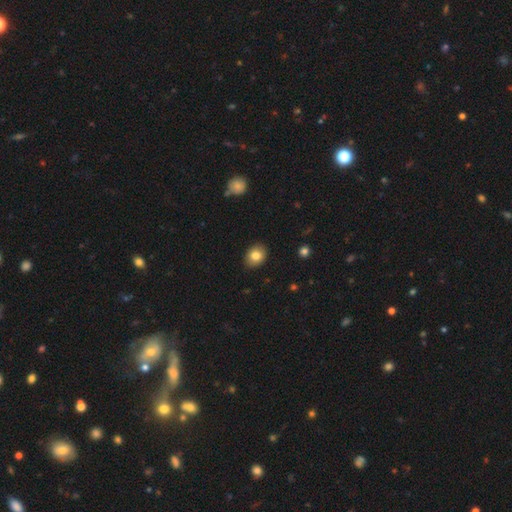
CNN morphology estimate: A smooth galaxy with no disk features (82%) that is in between round and cigar-shaped (54%). Merging: none (88%).